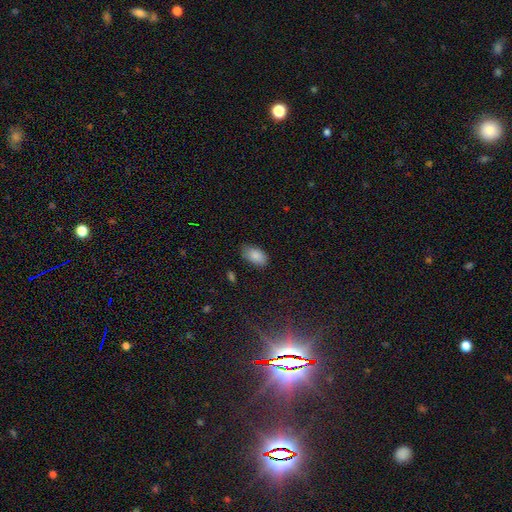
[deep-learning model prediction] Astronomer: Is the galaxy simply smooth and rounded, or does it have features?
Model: smooth — 86%.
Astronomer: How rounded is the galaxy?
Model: in between — 93%.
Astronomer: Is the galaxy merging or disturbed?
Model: none — 74%.